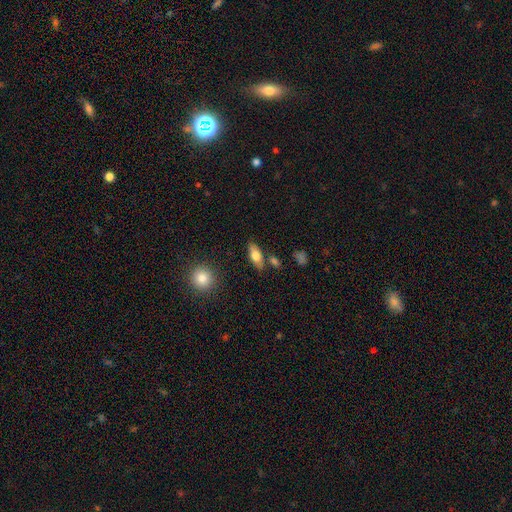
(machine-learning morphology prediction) This is likely a smooth galaxy (72%). How rounded: clearly in between (83%). Merging: likely none (78%).